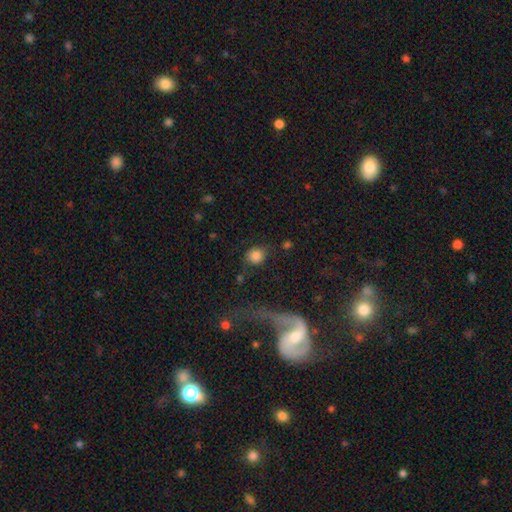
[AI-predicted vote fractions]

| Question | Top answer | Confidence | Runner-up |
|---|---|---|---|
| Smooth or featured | smooth | 82% | star or artifact (10%) |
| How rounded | round | 83% | in between (16%) |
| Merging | none | 69% | minor disturbance (16%) |